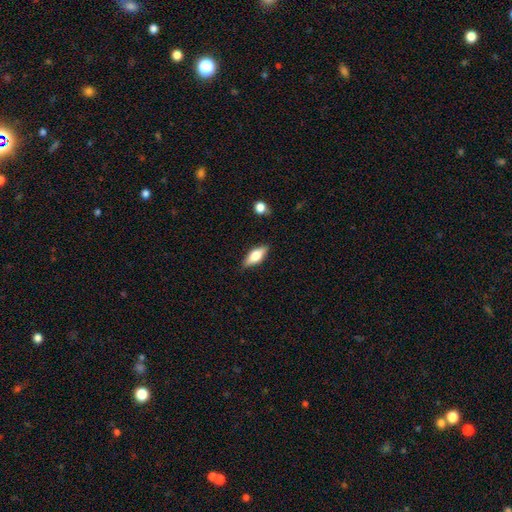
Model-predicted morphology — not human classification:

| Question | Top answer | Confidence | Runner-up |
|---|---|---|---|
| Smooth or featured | smooth | 57% | featured or disk (36%) |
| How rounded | in between | 71% | cigar-shaped (26%) |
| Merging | none | 85% | minor disturbance (11%) |